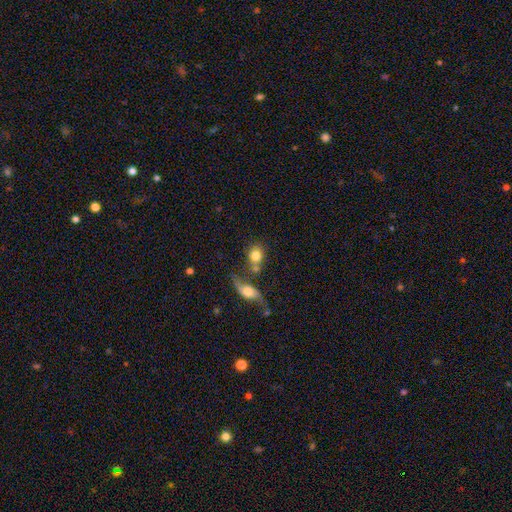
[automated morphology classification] A smooth galaxy with no disk features (77%) that is round (55%). Merging: none (47%).